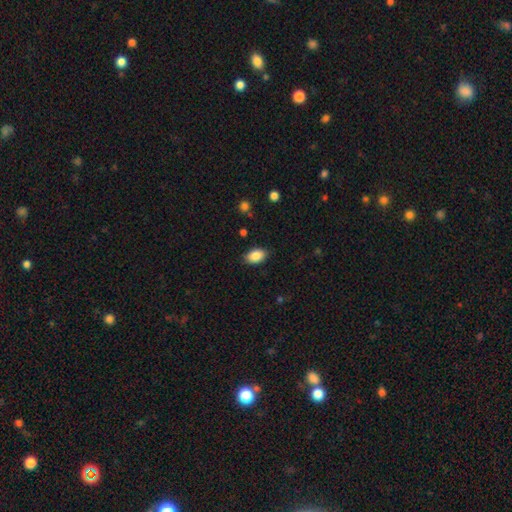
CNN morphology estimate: smooth-or-featured: smooth: 87% | star or artifact: 7% | featured or disk: 6%
  how-rounded: in between: 89% | round: 9% | cigar-shaped: 1%
  merging: none: 87% | minor disturbance: 10% | major disturbance: 2% | merger: 1%